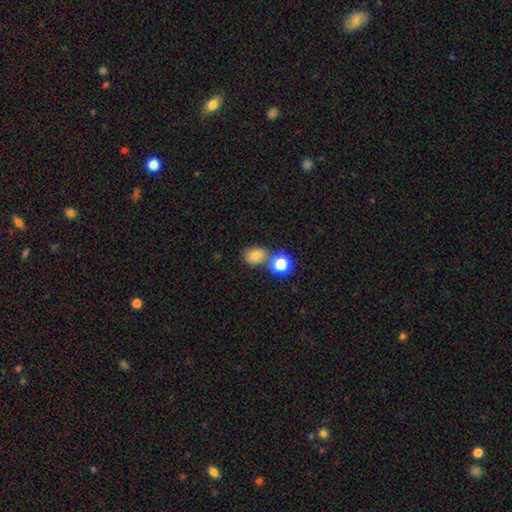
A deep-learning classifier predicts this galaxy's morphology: Smooth or featured?
  - smooth: 76% *
  - star or artifact: 16%
  - featured or disk: 8%
How rounded?
  - round: 54% *
  - in between: 45%
  - cigar-shaped: 1%
Merging?
  - none: 69% *
  - merger: 16%
  - minor disturbance: 11%
  - major disturbance: 3%